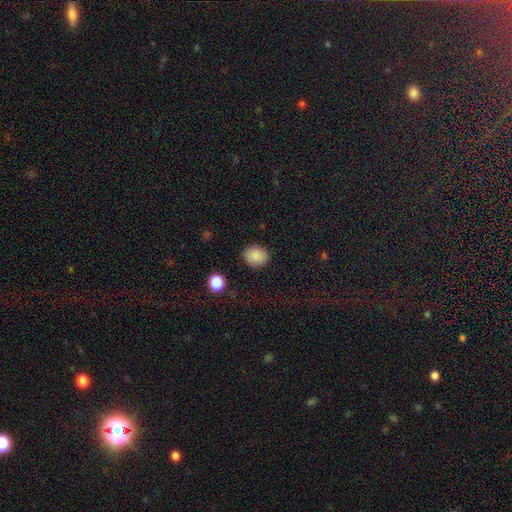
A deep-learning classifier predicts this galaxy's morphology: This appears to be a smooth galaxy with no disk features (88%) that is round (52%). Merging: none (86%).